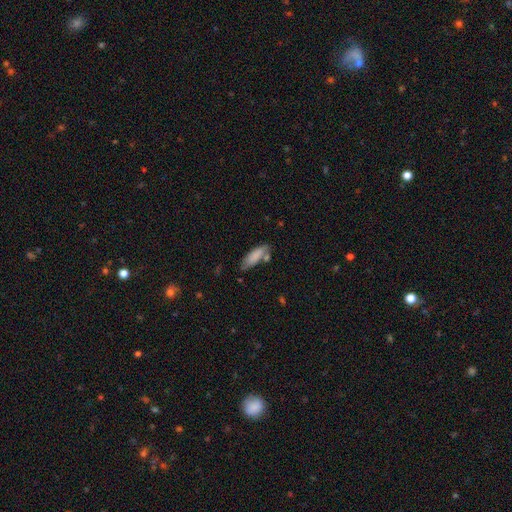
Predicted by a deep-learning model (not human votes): Morphology: type=smooth (83%); roundness=in between (54%); merging=none (65%).